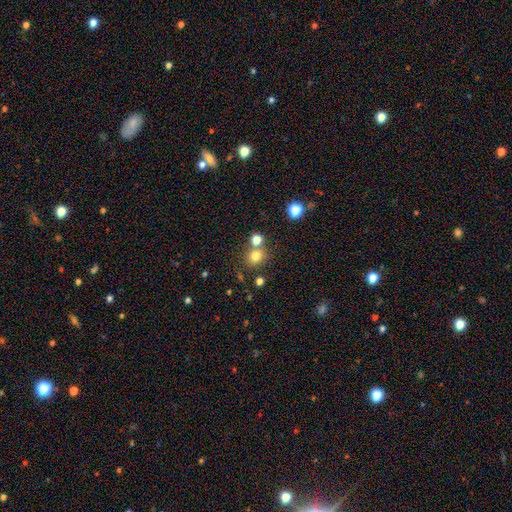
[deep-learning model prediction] Smooth or featured? smooth (77%)
How rounded? round (84%)
Merging? none (65%)